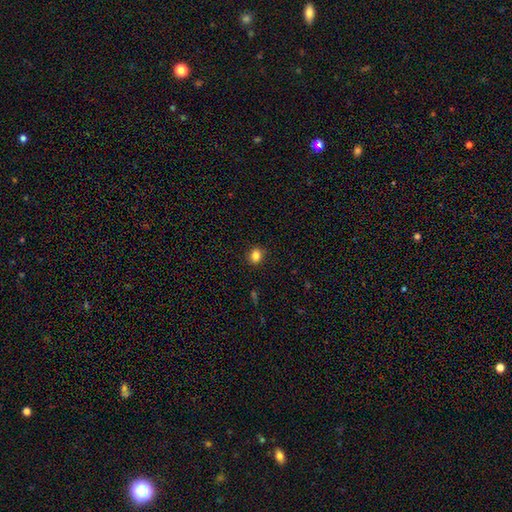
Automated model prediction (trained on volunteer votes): This is clearly a smooth galaxy (84%). How rounded: possibly round (50%). Merging: clearly none (89%).